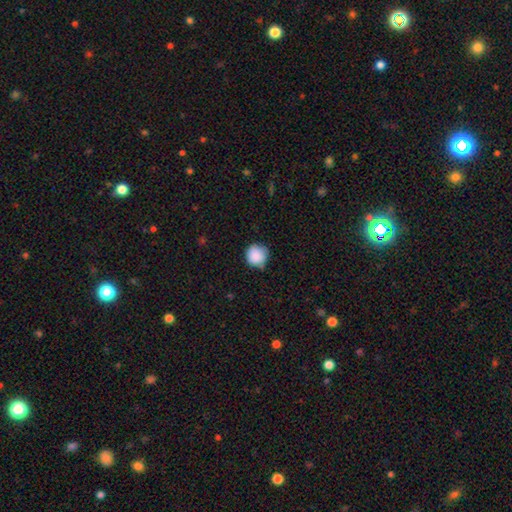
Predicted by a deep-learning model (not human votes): Smooth or featured: smooth — 88% (star or artifact — 9%)
How rounded: round — 94% (in between — 5%)
Merging: none — 78% (minor disturbance — 17%)